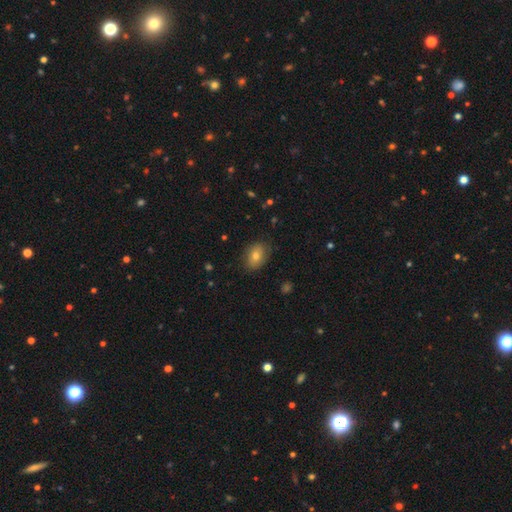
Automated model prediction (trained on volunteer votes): Morphology: type=smooth (72%); roundness=in between (75%); merging=none (82%).